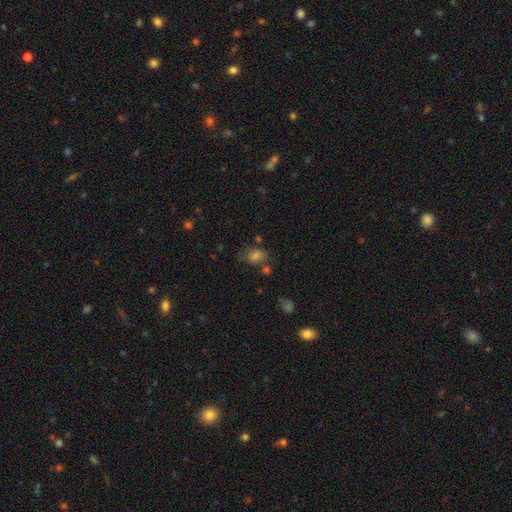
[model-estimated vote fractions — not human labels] This appears to be a smooth galaxy with no disk features (67%) that is in between round and cigar-shaped (63%). Merging: none (65%).